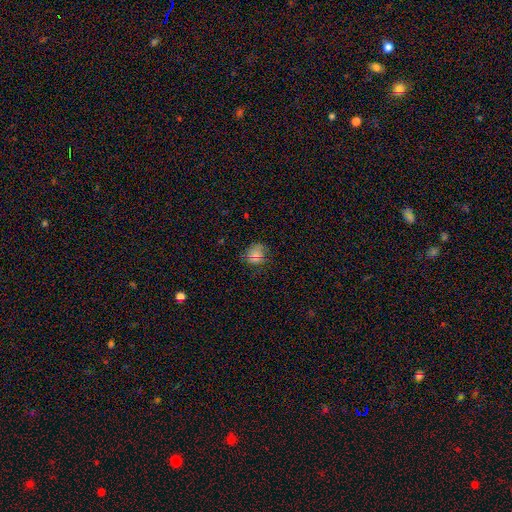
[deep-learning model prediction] Morphology: type=smooth (67%); roundness=round (68%); merging=none (73%).